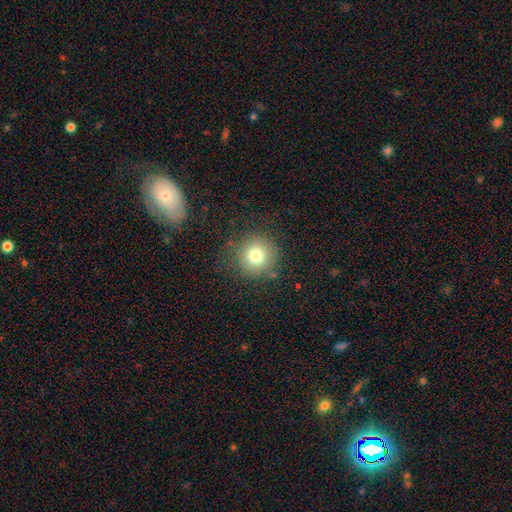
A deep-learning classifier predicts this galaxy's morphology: Smooth or featured: smooth — 77% (star or artifact — 13%)
How rounded: round — 93% (in between — 6%)
Merging: none — 83% (minor disturbance — 11%)